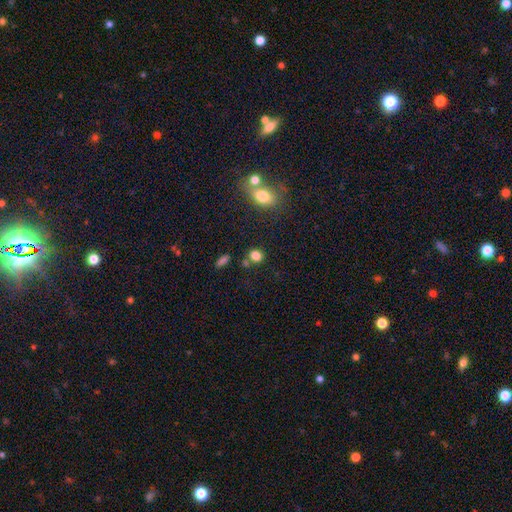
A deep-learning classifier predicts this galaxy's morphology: This is clearly a smooth galaxy (82%). How rounded: likely round (68%). Merging: likely none (66%).